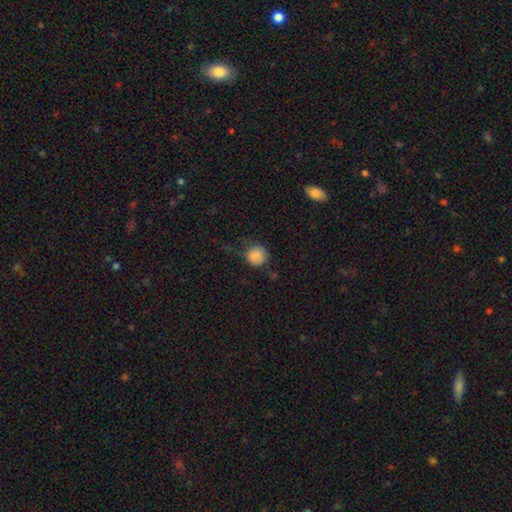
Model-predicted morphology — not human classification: smooth-or-featured: smooth: 85% | star or artifact: 10% | featured or disk: 5%
  how-rounded: round: 89% | in between: 10% | cigar-shaped: 1%
  merging: none: 65% | minor disturbance: 24% | major disturbance: 9% | merger: 2%